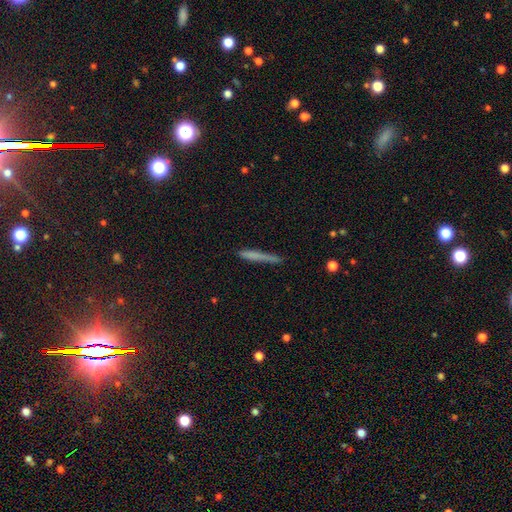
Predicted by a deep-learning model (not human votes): Q: Smooth or featured?
A: smooth (70%); runner-up: featured or disk (23%)
Q: How rounded?
A: cigar-shaped (96%); runner-up: in between (3%)
Q: Merging?
A: none (76%); runner-up: minor disturbance (18%)